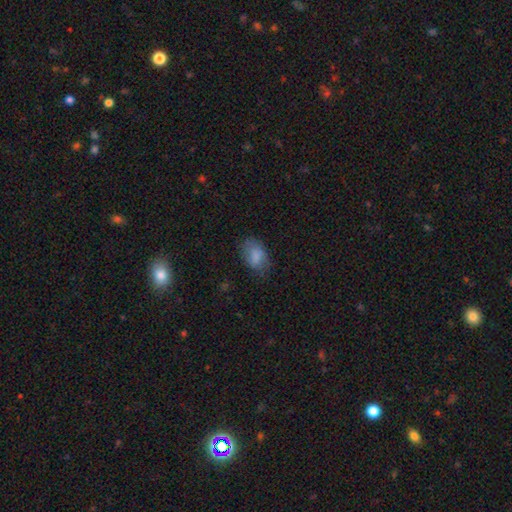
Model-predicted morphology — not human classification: Q: Smooth or featured?
A: smooth (82%); runner-up: featured or disk (10%)
Q: How rounded?
A: in between (86%); runner-up: round (12%)
Q: Merging?
A: none (67%); runner-up: minor disturbance (24%)